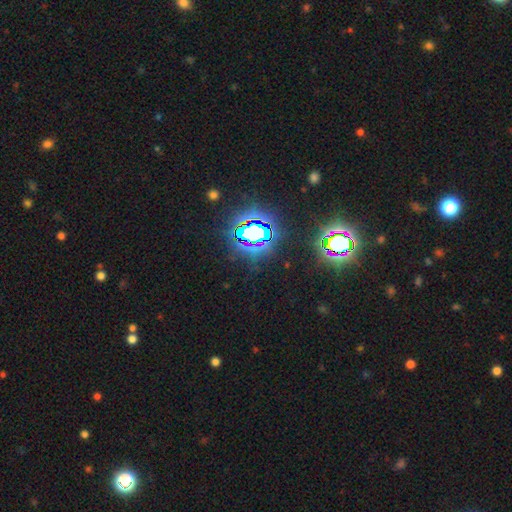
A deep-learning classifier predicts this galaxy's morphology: This appears to be a star or artifact, not a galaxy (85%).